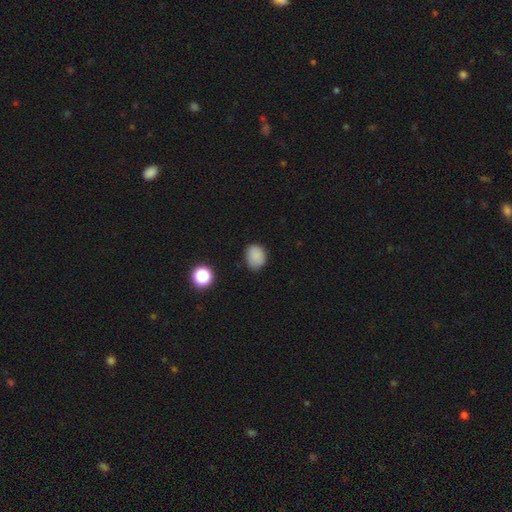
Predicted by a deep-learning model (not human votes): A smooth galaxy with no disk features (84%) that is in between round and cigar-shaped (54%).

Vote fractions:
- Smooth or featured? smooth: 84% / star or artifact: 11% / featured or disk: 5%
- How rounded? in between: 54% / round: 45% / cigar-shaped: 1%
- Merging? none: 75% / minor disturbance: 20% / major disturbance: 4% / merger: 2%